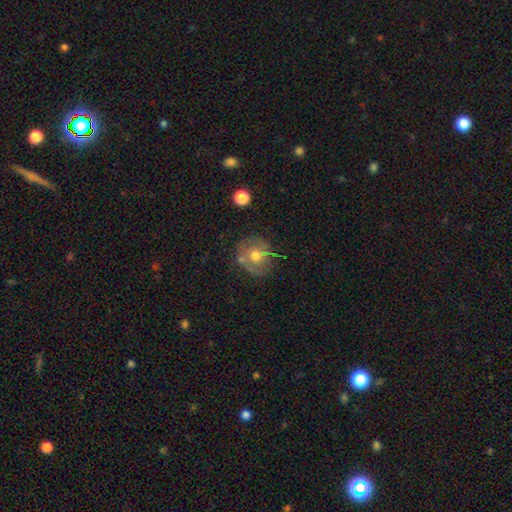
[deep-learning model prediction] smooth-or-featured: featured or disk: 47% | smooth: 43% | star or artifact: 10%
  merging: none: 62% | minor disturbance: 21% | major disturbance: 9% | merger: 9%